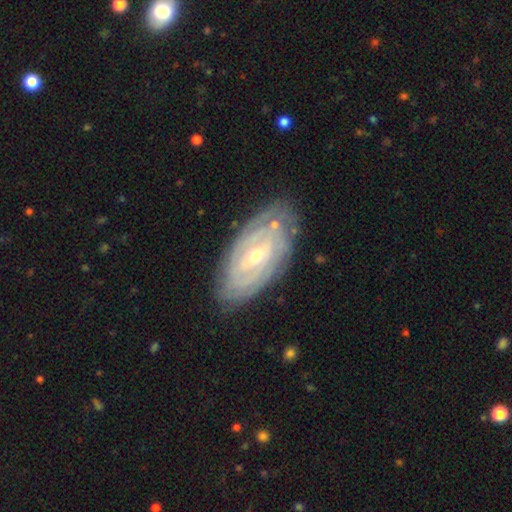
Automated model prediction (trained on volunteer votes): This appears to be a featured or disk galaxy (86%) with a weak bar (46%), tight (81%) spiral arms (94%) and a moderate central bulge (49%). Merging: none (80%).